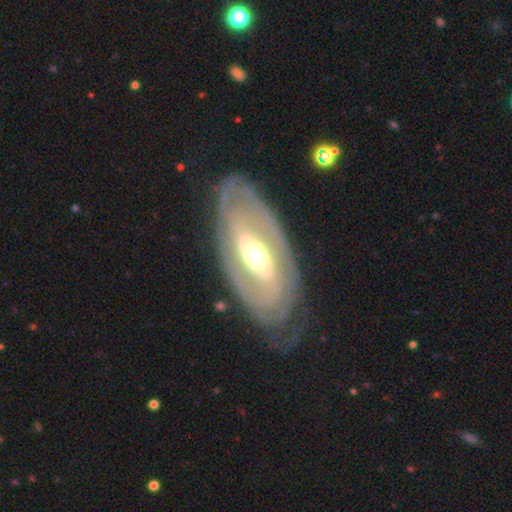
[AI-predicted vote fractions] A featured or disk galaxy (82%) with a weak bar (35%), 2 (51%) tight (63%) spiral arms (77%) and a moderate central bulge (69%). Merging: none (75%).